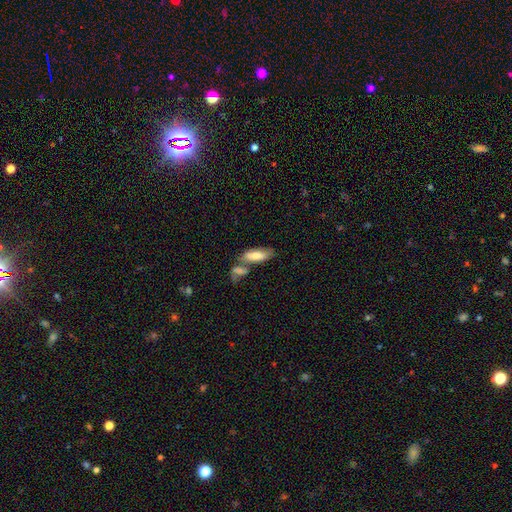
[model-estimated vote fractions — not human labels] Q: Smooth or featured?
A: smooth (71%); runner-up: featured or disk (22%)
Q: How rounded?
A: in between (71%); runner-up: cigar-shaped (26%)
Q: Merging?
A: none (42%); runner-up: merger (39%)